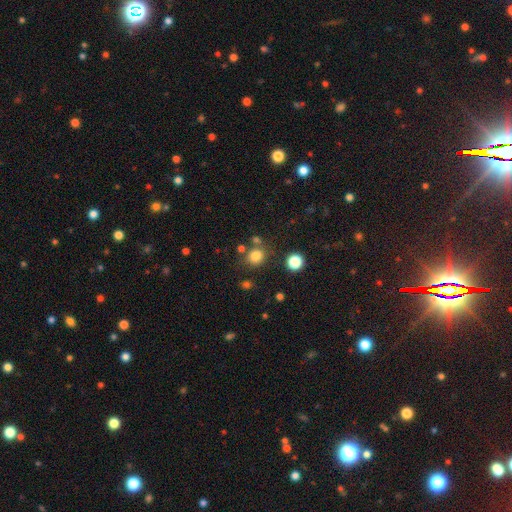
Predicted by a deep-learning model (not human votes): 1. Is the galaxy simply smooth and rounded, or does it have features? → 80% smooth, 14% star or artifact, 6% featured or disk.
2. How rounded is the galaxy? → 79% round, 20% in between, 1% cigar-shaped.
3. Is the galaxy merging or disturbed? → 73% none, 11% minor disturbance, 11% merger, 5% major disturbance.